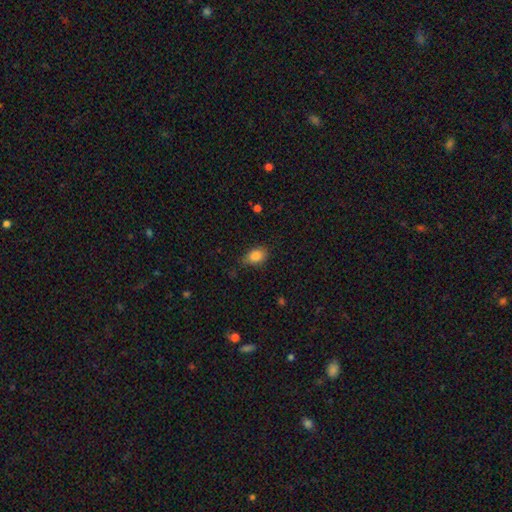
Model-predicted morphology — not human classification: The model was most divided on "merging": none: 72%, minor disturbance: 22%, major disturbance: 4%, merger: 2%. More confident: smooth or featured — smooth (85%); how rounded — in between (78%).